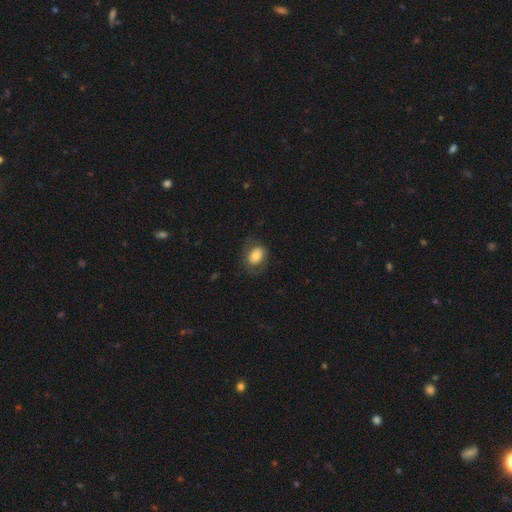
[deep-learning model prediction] Smooth or featured? smooth (68%)
How rounded? in between (68%)
Merging? none (66%)